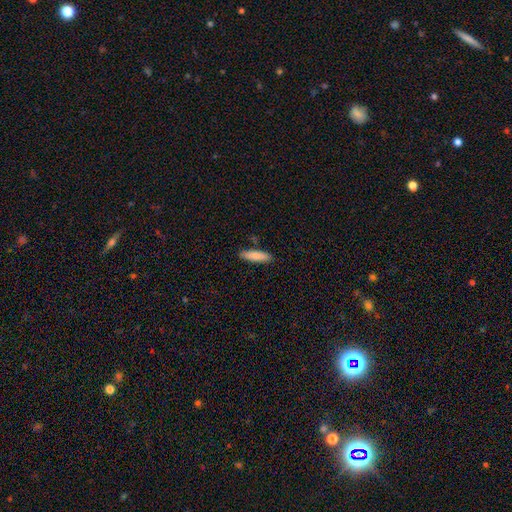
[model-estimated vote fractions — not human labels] Q: Smooth or featured?
A: smooth (83%); runner-up: featured or disk (11%)
Q: How rounded?
A: cigar-shaped (66%); runner-up: in between (32%)
Q: Merging?
A: none (86%); runner-up: minor disturbance (9%)